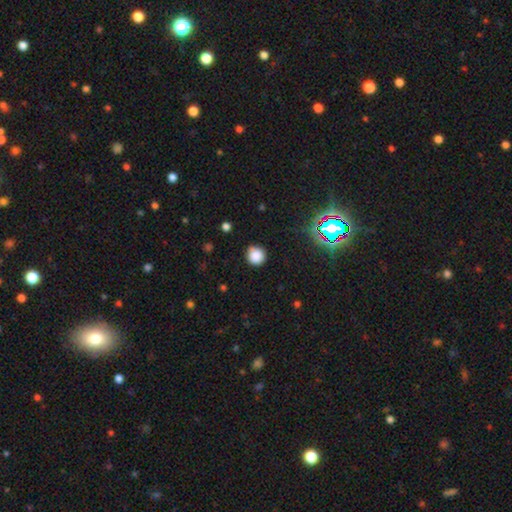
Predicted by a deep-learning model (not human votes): Smooth or featured? Predicted: smooth (p=0.83). How rounded? Predicted: round (p=0.93). Merging? Predicted: none (p=0.84).